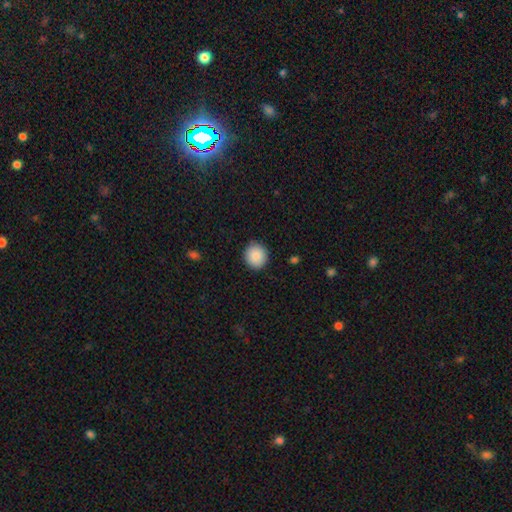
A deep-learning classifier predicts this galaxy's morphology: Overall: smooth (89%). How rounded: round (88%). Merging: none (89%).